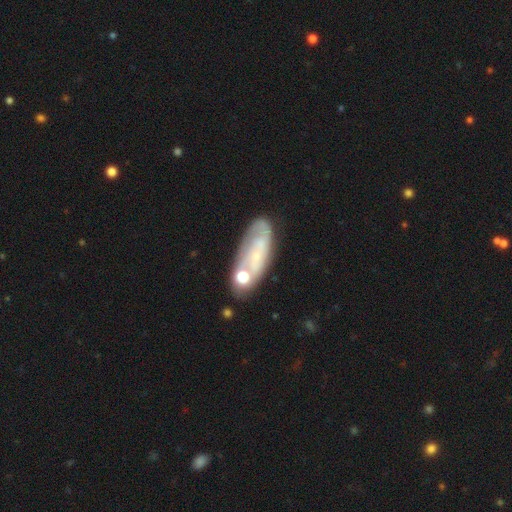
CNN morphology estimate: Smooth or featured?
  - featured or disk: 56% *
  - smooth: 35%
  - star or artifact: 9%
Edge-on disk?
  - no: 87% *
  - yes: 13%
Merging?
  - none: 53% *
  - minor disturbance: 21%
  - merger: 15%
  - major disturbance: 10%